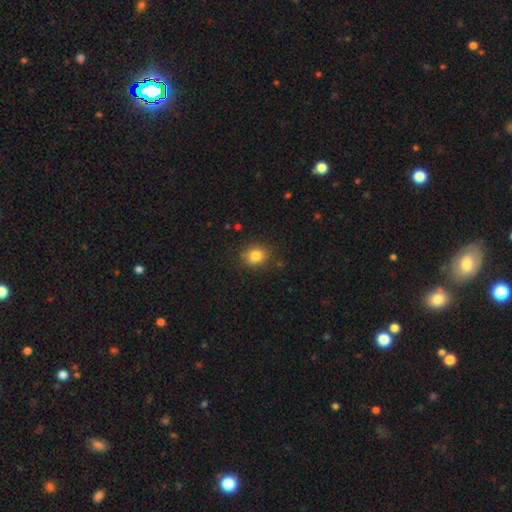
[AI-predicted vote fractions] Smooth or featured? smooth (83%)
How rounded? round (72%)
Merging? none (84%)